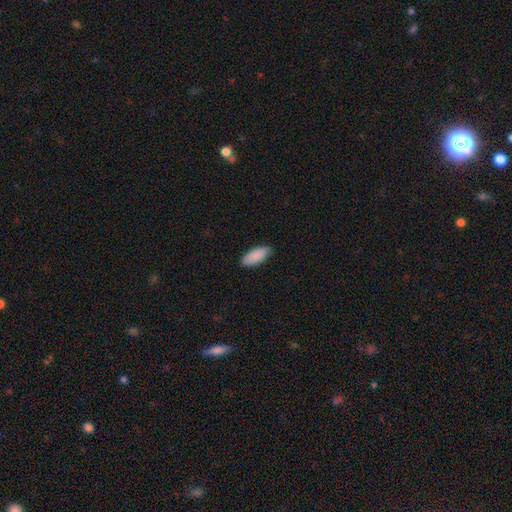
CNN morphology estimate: smooth_or_featured: smooth (p=0.90) [alt: star or artifact p=0.06]
how_rounded: in between (p=0.85) [alt: cigar-shaped p=0.13]
merging: none (p=0.85) [alt: minor disturbance p=0.12]